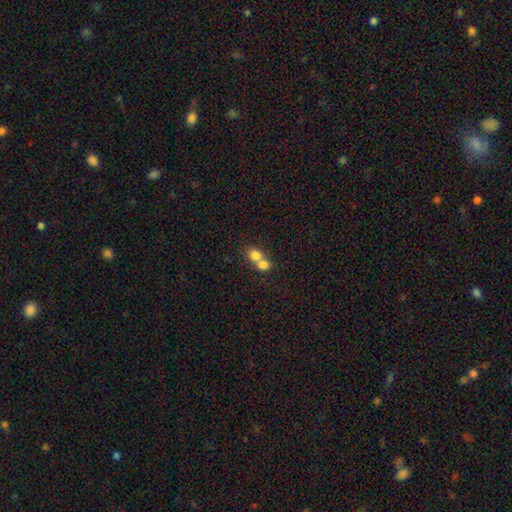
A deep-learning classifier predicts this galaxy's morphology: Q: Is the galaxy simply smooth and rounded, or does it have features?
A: smooth — 77%.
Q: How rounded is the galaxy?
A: round — 64%.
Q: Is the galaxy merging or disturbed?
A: merger — 70%.